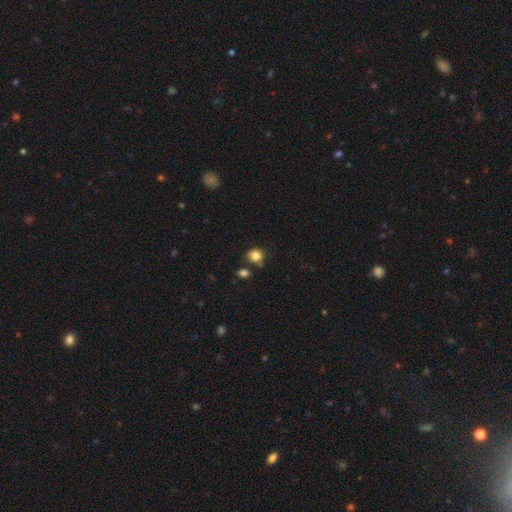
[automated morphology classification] Smooth or featured? smooth (83%)
How rounded? round (78%)
Merging? none (74%)